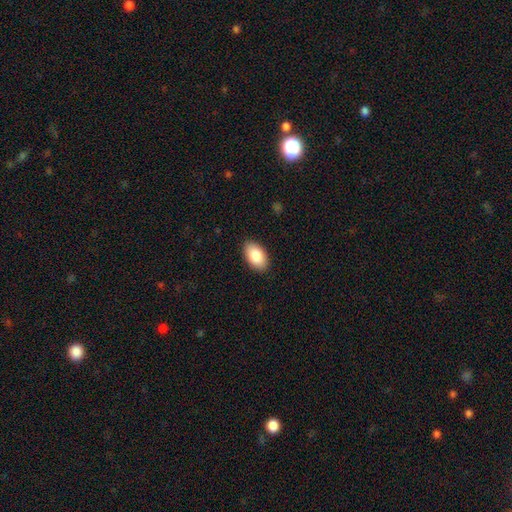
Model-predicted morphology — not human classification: Q: Smooth or featured?
A: smooth (86%); runner-up: featured or disk (8%)
Q: How rounded?
A: in between (95%); runner-up: round (4%)
Q: Merging?
A: none (89%); runner-up: minor disturbance (8%)